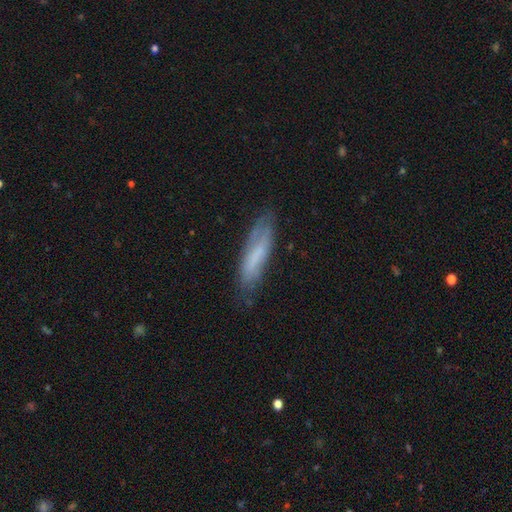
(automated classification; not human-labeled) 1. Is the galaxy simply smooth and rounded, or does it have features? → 56% smooth, 36% featured or disk, 8% star or artifact.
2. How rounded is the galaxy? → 70% cigar-shaped, 29% in between, 1% round.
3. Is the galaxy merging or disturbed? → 70% none, 22% minor disturbance, 6% major disturbance, 2% merger.